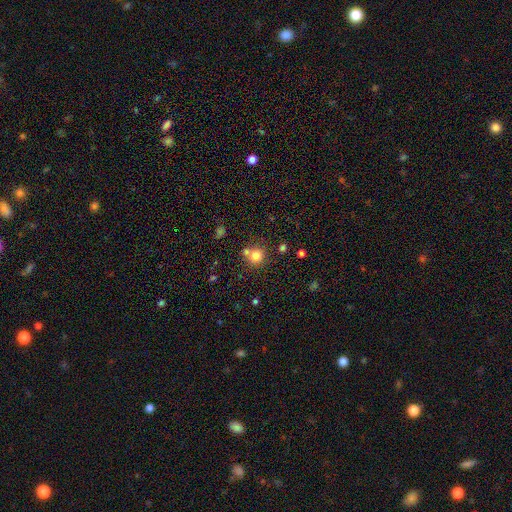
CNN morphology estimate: smooth 78%, star or artifact 14%, featured or disk 9%. Down the decision tree: how rounded — round (91%); merging — none (64%).